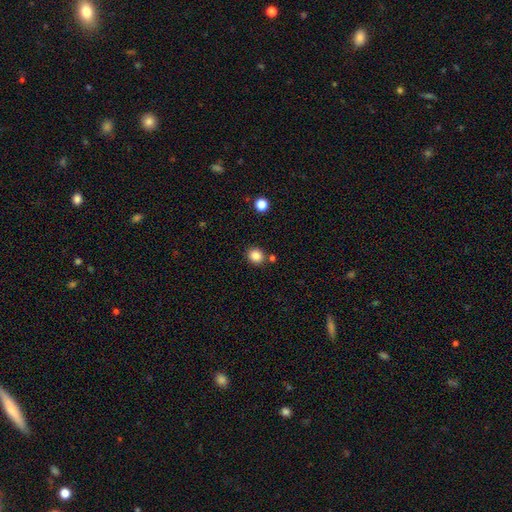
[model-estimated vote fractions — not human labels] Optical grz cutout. It shows a smooth galaxy with no disk features (85%) that is round (77%). Merging: none (82%).